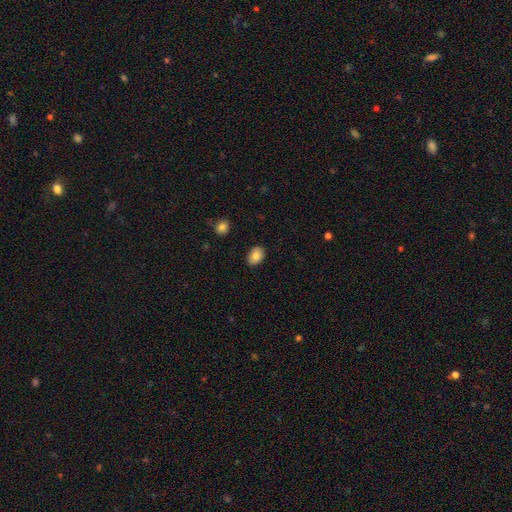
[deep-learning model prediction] The model was most divided on "how rounded": in between: 76%, round: 23%, cigar-shaped: 1%. More confident: merging — none (88%); smooth or featured — smooth (83%).